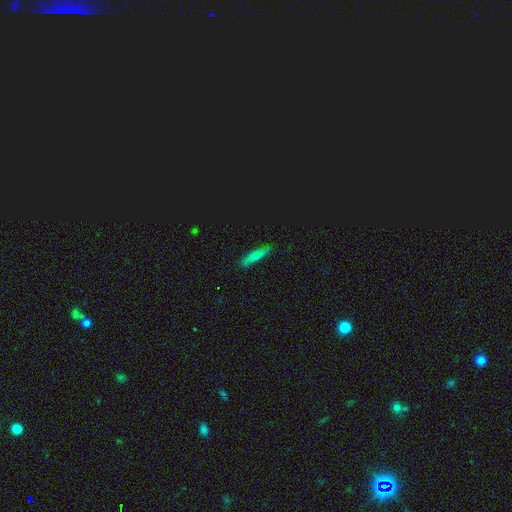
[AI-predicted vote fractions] This appears to be a smooth galaxy with no disk features (48%). Merging: none (87%).